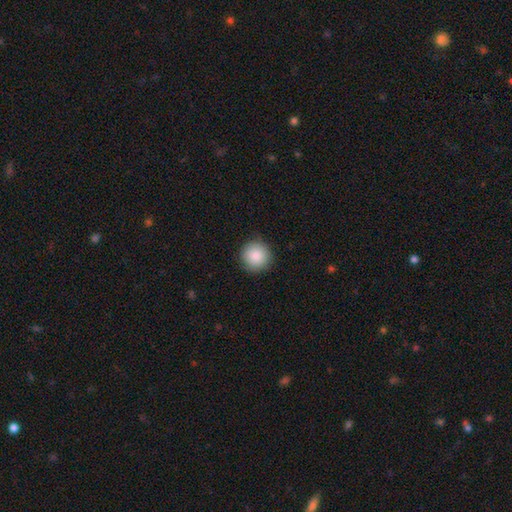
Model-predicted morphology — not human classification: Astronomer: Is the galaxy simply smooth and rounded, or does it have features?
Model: smooth — 87%.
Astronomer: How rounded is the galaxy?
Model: round — 95%.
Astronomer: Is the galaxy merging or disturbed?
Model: none — 90%.